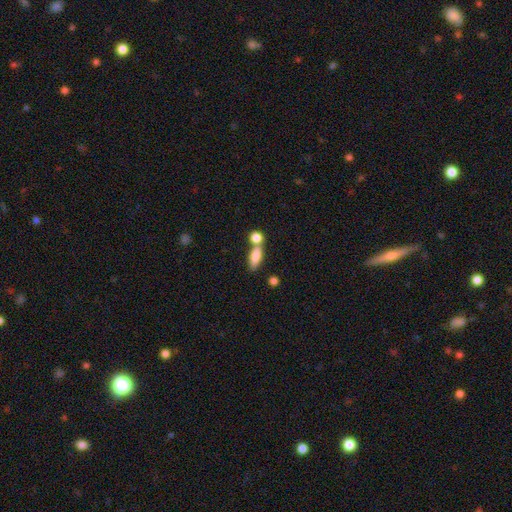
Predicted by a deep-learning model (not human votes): smooth-or-featured: smooth: 81% | featured or disk: 11% | star or artifact: 8%
  how-rounded: in between: 68% | cigar-shaped: 25% | round: 8%
  merging: none: 46% | merger: 39% | minor disturbance: 11% | major disturbance: 5%